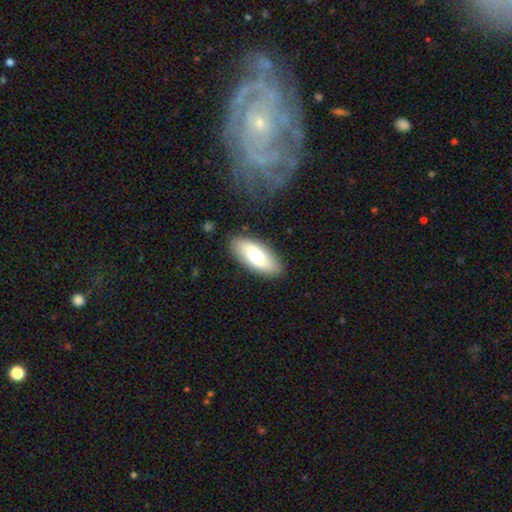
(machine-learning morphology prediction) Smooth or featured: smooth — 65% (featured or disk — 29%)
How rounded: in between — 86% (cigar-shaped — 12%)
Merging: none — 87% (minor disturbance — 9%)